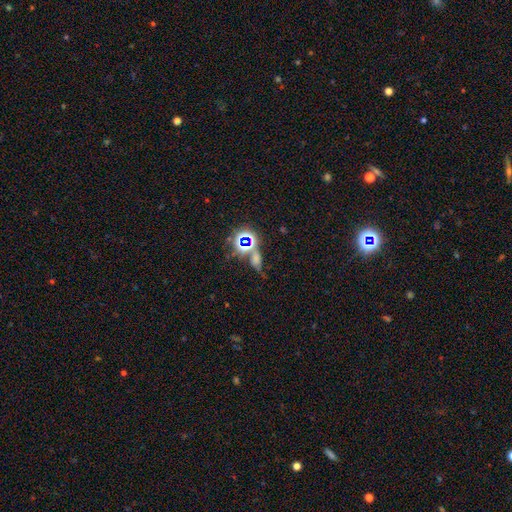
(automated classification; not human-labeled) Smooth or featured?
  - star or artifact: 65% *
  - smooth: 21%
  - featured or disk: 13%